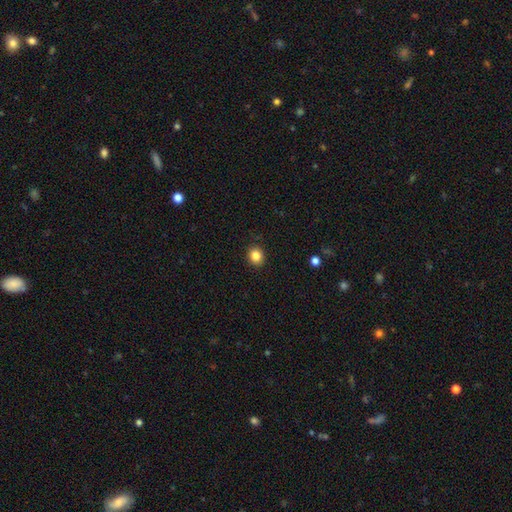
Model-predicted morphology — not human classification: This is clearly a smooth galaxy (84%). How rounded: likely round (78%). Merging: clearly none (91%).